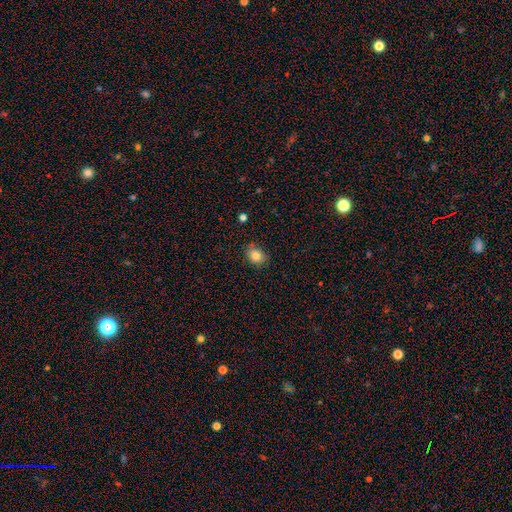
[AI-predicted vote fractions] The model was most divided on "how rounded": in between: 50%, round: 49%, cigar-shaped: 1%. More confident: smooth or featured — smooth (83%); merging — none (80%).